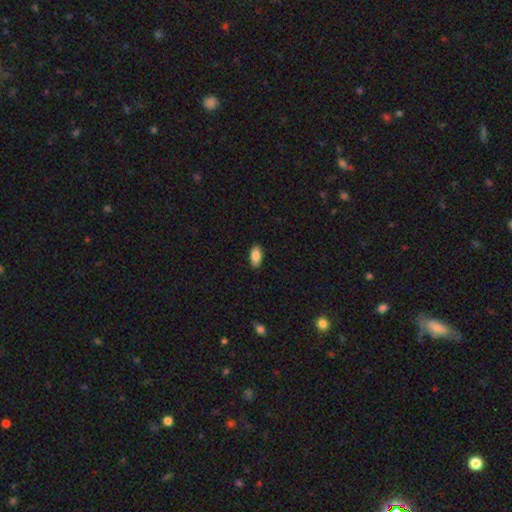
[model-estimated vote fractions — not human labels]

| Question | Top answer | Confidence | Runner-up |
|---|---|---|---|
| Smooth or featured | smooth | 86% | featured or disk (7%) |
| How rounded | in between | 93% | cigar-shaped (4%) |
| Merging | none | 89% | minor disturbance (8%) |